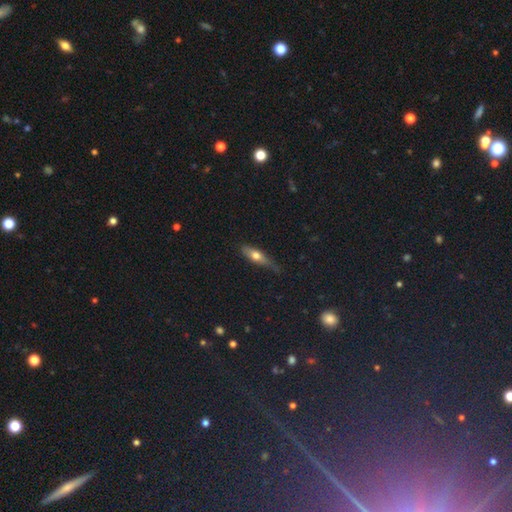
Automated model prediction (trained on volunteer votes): This appears to be a smooth galaxy with no disk features (59%) that is cigar-shaped (55%). Merging: none (58%).